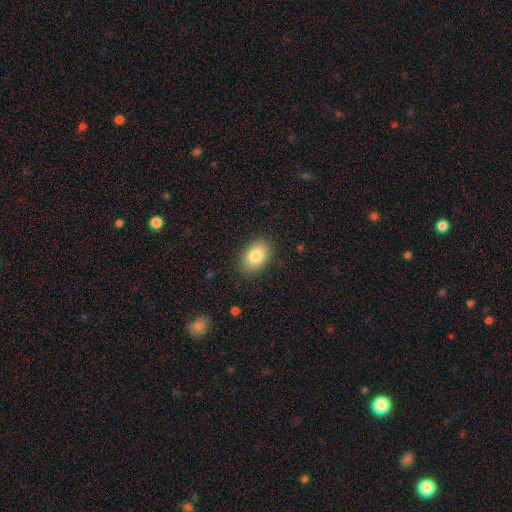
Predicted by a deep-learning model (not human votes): smooth 84%, featured or disk 9%, star or artifact 7%. Down the decision tree: how rounded — in between (86%); merging — none (86%).